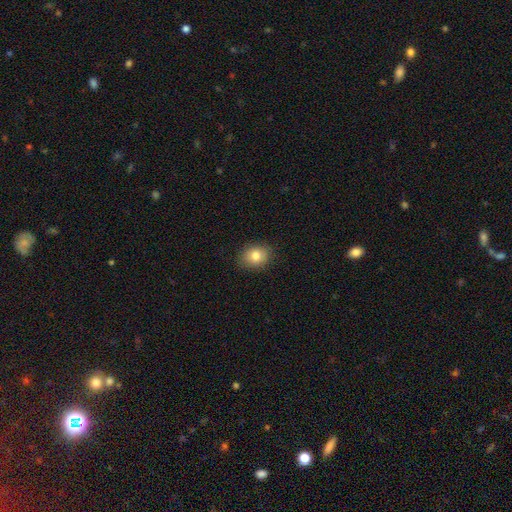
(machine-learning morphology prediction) Smooth or featured: smooth — 82% (star or artifact — 10%)
How rounded: round — 55% (in between — 44%)
Merging: none — 88% (minor disturbance — 9%)